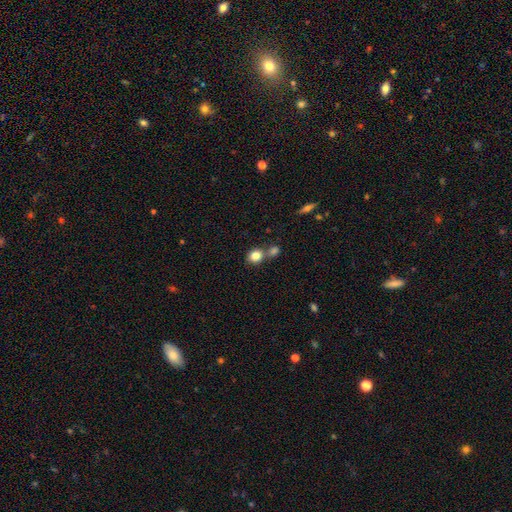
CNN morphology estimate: Q: Smooth or featured?
A: smooth (83%); runner-up: star or artifact (10%)
Q: How rounded?
A: round (69%); runner-up: in between (30%)
Q: Merging?
A: none (50%); runner-up: merger (38%)